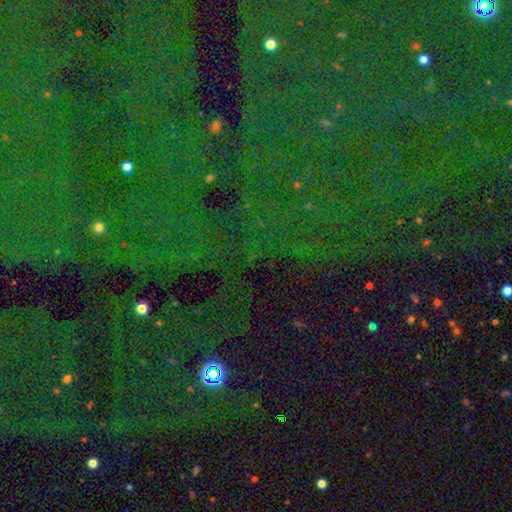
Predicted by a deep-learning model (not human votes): This appears to be a star or artifact, not a galaxy (85%).